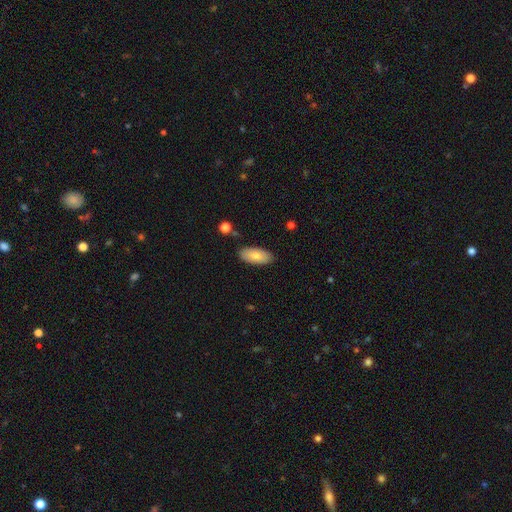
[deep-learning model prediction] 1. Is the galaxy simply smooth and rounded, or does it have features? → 80% smooth, 14% featured or disk, 6% star or artifact.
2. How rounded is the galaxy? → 88% in between, 10% cigar-shaped, 2% round.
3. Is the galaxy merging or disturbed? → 85% none, 11% minor disturbance, 2% major disturbance, 2% merger.